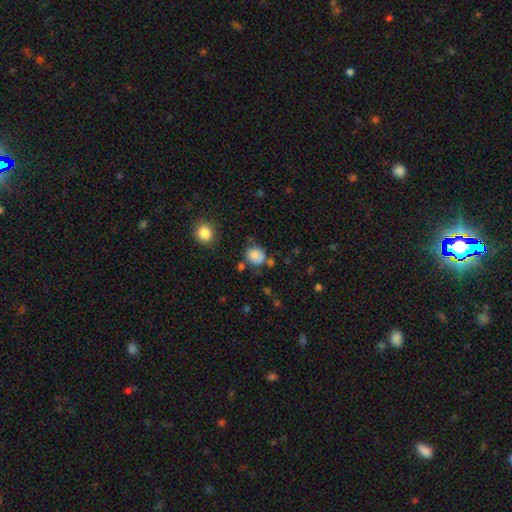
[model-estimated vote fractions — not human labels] A smooth galaxy with no disk features (83%) that is round (73%).

Vote fractions:
- Smooth or featured? smooth: 83% / star or artifact: 10% / featured or disk: 7%
- How rounded? round: 73% / in between: 26% / cigar-shaped: 1%
- Merging? none: 61% / minor disturbance: 21% / merger: 11% / major disturbance: 7%